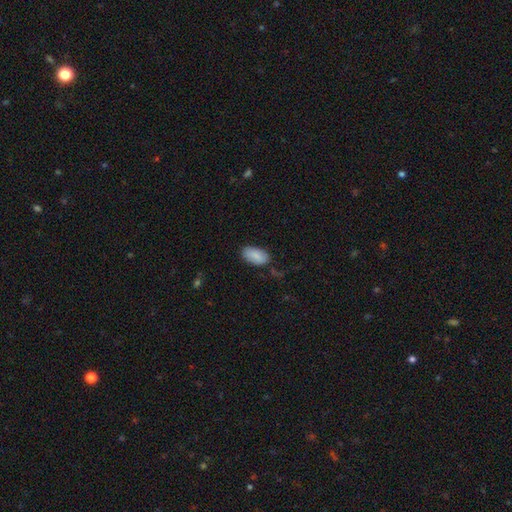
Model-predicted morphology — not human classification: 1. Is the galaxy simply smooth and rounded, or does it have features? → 87% smooth, 7% featured or disk, 7% star or artifact.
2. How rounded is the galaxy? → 95% in between, 3% cigar-shaped, 3% round.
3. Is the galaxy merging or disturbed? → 78% none, 16% minor disturbance, 4% major disturbance, 2% merger.